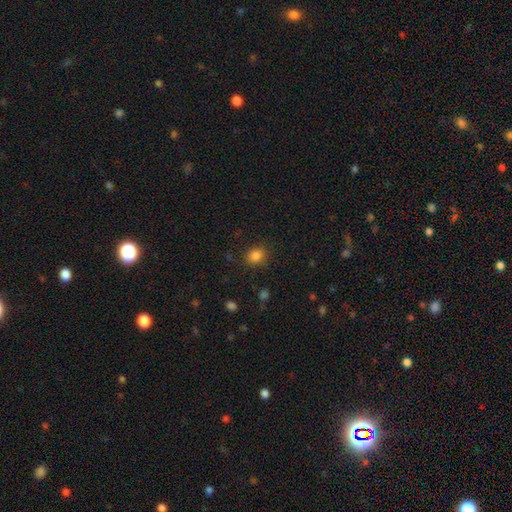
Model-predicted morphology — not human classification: Smooth or featured?
  - smooth: 84% *
  - star or artifact: 12%
  - featured or disk: 5%
How rounded?
  - round: 58% *
  - in between: 41%
  - cigar-shaped: 1%
Merging?
  - none: 84% *
  - minor disturbance: 11%
  - major disturbance: 4%
  - merger: 2%